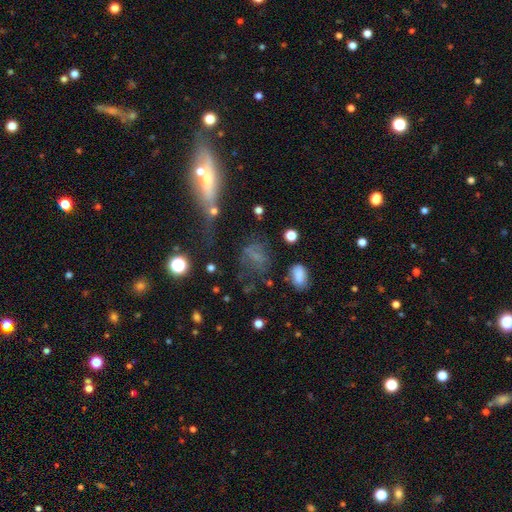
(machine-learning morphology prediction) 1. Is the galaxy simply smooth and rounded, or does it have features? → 48% smooth, 29% featured or disk, 23% star or artifact.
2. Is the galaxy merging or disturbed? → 46% none, 22% major disturbance, 22% minor disturbance, 11% merger.